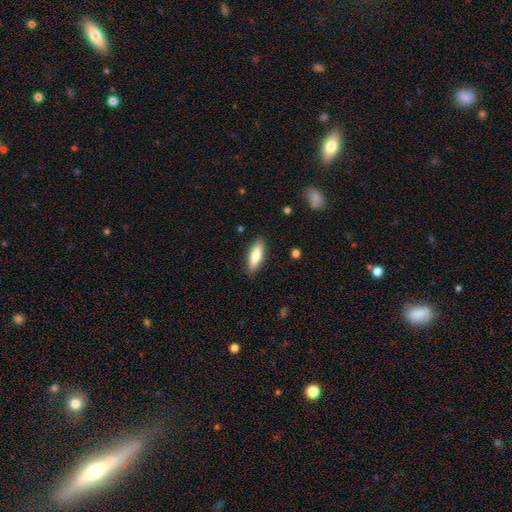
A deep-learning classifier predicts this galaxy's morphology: Smooth or featured? smooth (76%)
How rounded? in between (49%, tied with cigar-shaped)
Merging? none (88%)